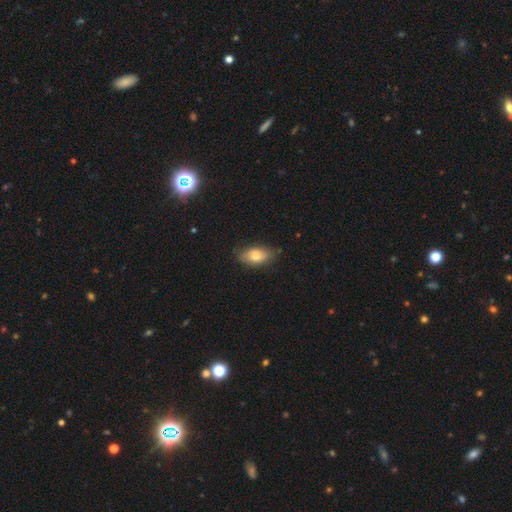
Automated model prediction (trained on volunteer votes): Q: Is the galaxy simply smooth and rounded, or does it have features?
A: smooth — 77%.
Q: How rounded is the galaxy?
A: in between — 90%.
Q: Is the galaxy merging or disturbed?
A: none — 76%.